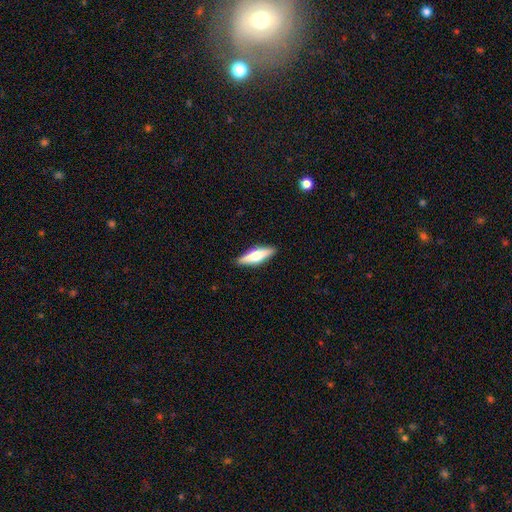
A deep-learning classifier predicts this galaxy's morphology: Overall: featured or disk (48%; smooth 46%). Merging: none (90%).